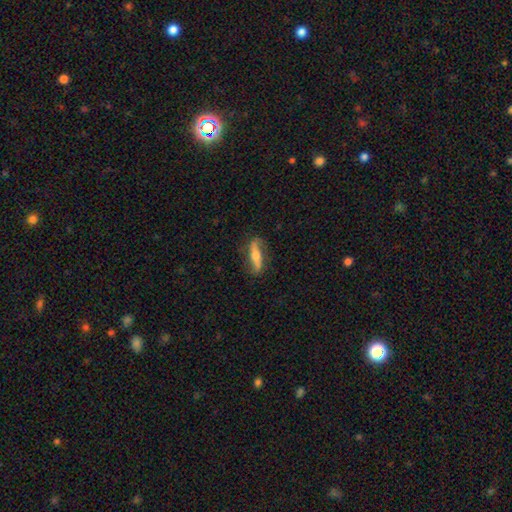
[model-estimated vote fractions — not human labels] Overall: featured or disk (61%; smooth 33%). Edge-on disk: yes (53%; no 47%). Merging: none (79%).